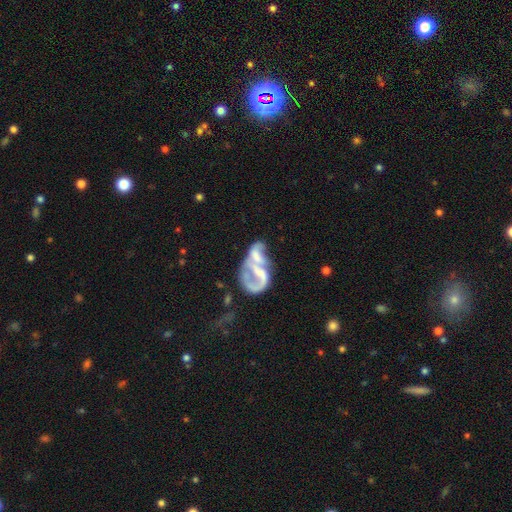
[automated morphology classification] smooth_or_featured: featured or disk (p=0.68) [alt: smooth p=0.22]
disk_edge_on: no (p=0.97) [alt: yes p=0.03]
bar: no (p=0.61) [alt: weak p=0.26]
has_spiral_arms: yes (p=0.51) [alt: no p=0.49]
bulge_size: none (p=0.48) [alt: moderate p=0.23]
merging: merger (p=0.41) [alt: major disturbance p=0.33]